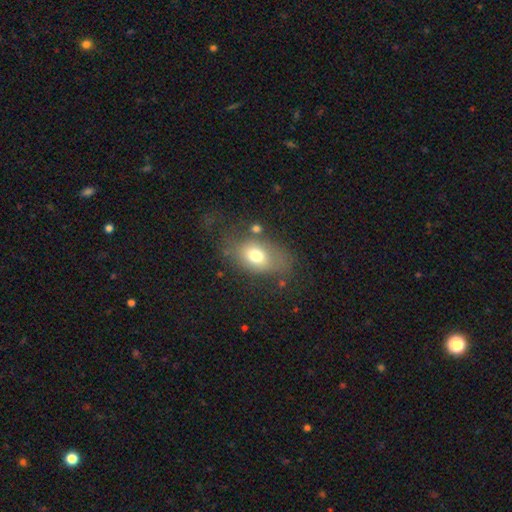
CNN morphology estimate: smooth-or-featured: smooth: 70% | featured or disk: 20% | star or artifact: 10%
  how-rounded: in between: 78% | round: 20% | cigar-shaped: 2%
  merging: none: 53% | minor disturbance: 23% | major disturbance: 18% | merger: 5%